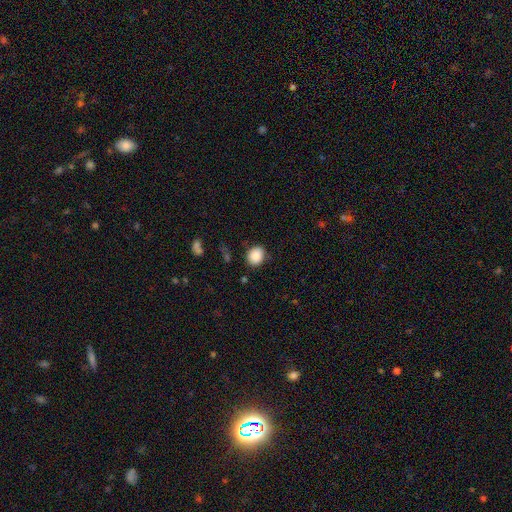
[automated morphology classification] smooth_or_featured: smooth (p=0.88) [alt: star or artifact p=0.09]
how_rounded: round (p=0.69) [alt: in between p=0.30]
merging: none (p=0.82) [alt: minor disturbance p=0.12]